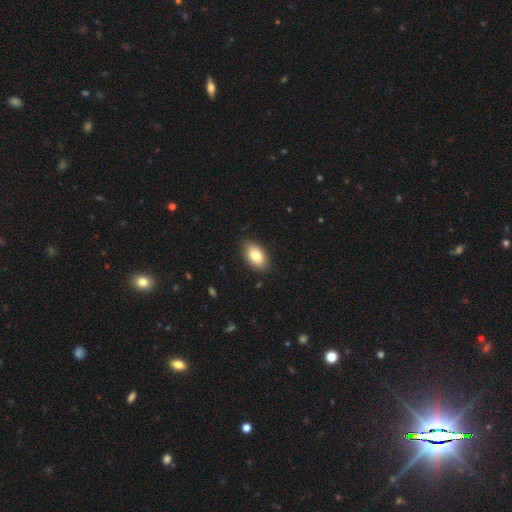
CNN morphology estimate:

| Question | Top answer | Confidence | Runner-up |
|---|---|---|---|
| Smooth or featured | smooth | 81% | featured or disk (11%) |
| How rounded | in between | 92% | round (6%) |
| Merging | none | 87% | minor disturbance (10%) |